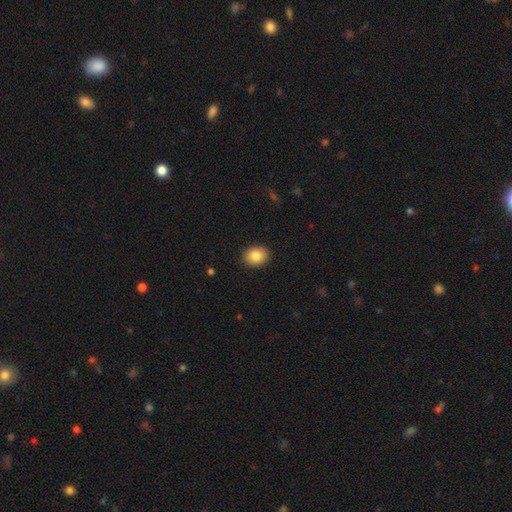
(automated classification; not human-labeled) Overall: smooth (84%). How rounded: in between (52%; round 47%). Merging: none (90%).